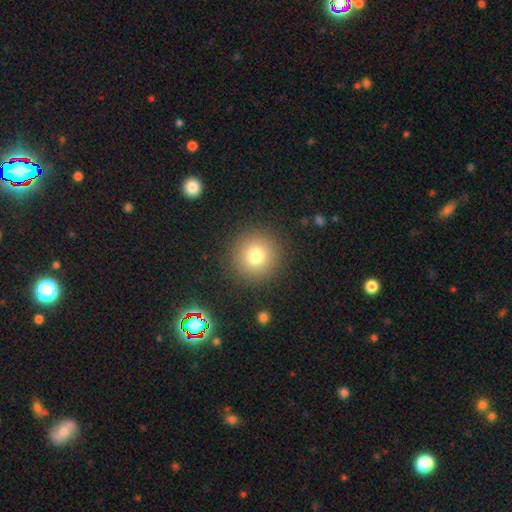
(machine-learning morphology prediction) The model was most divided on "smooth or featured": smooth: 77%, star or artifact: 13%, featured or disk: 10%. More confident: how rounded — round (95%); merging — none (90%).